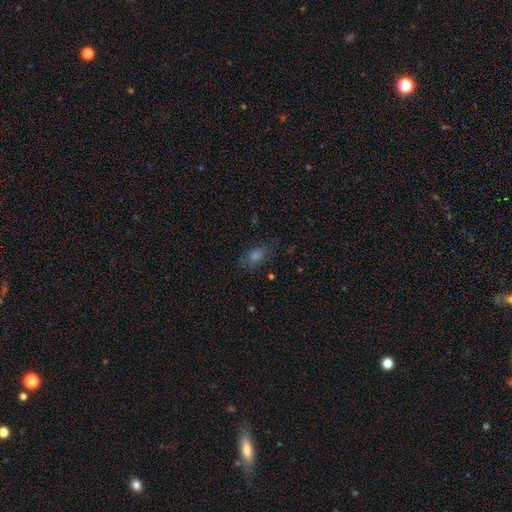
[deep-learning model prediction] A smooth galaxy with no disk features (53%) that is in between round and cigar-shaped (73%). Merging: none (77%).